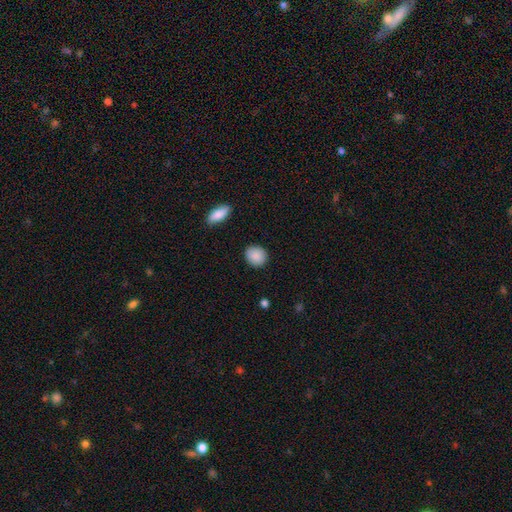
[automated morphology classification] smooth_or_featured: smooth (p=0.89) [alt: star or artifact p=0.07]
how_rounded: round (p=0.73) [alt: in between p=0.26]
merging: none (p=0.89) [alt: minor disturbance p=0.08]